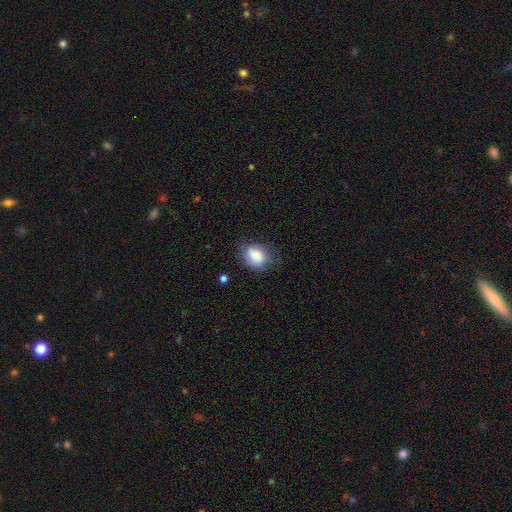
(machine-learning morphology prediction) Overall: smooth (79%). How rounded: in between (59%; round 40%). Merging: none (62%; minor disturbance 26%).